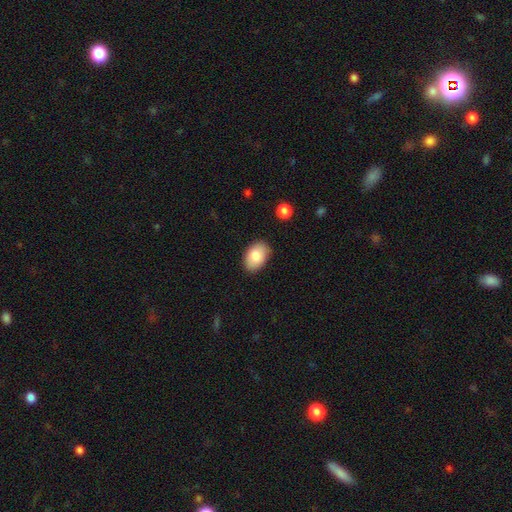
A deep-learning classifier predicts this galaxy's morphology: The model was most divided on "smooth or featured": smooth: 82%, featured or disk: 11%, star or artifact: 7%. More confident: how rounded — in between (89%); merging — none (85%).